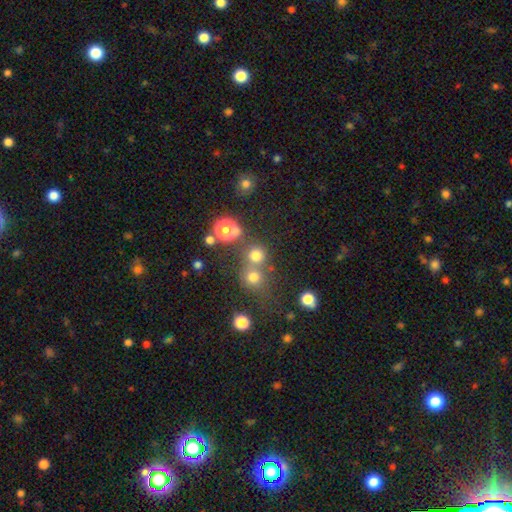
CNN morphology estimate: This appears to be a smooth galaxy with no disk features (72%) that is round (89%). Merging: none (56%).